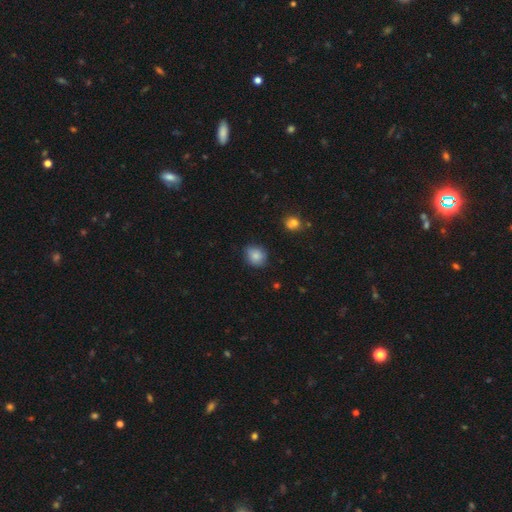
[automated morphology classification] Smooth or featured: smooth — 84% (star or artifact — 9%)
How rounded: round — 65% (in between — 34%)
Merging: none — 77% (minor disturbance — 18%)